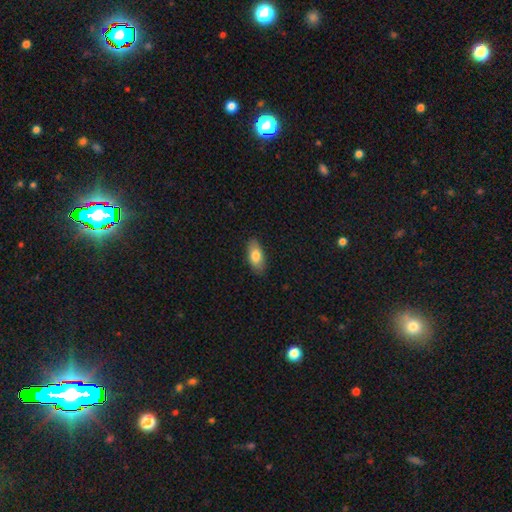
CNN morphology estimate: smooth 79%, featured or disk 15%, star or artifact 6%. Down the decision tree: how rounded — in between (89%); merging — none (85%).